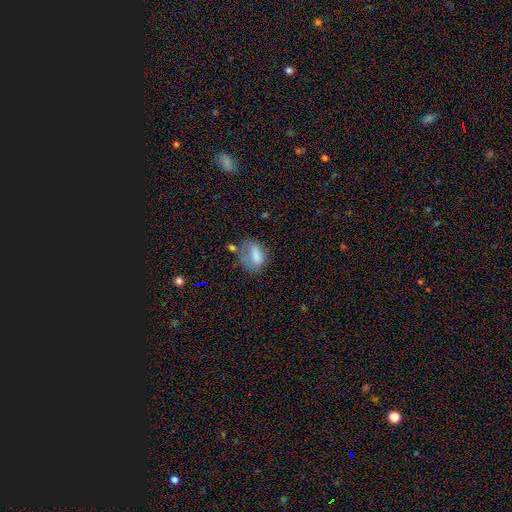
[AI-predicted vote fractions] A smooth galaxy with no disk features (71%) that is in between round and cigar-shaped (77%). Merging: none (39%).